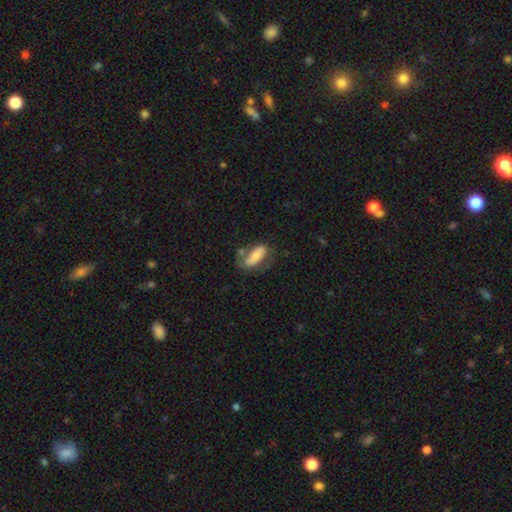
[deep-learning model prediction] smooth 68%, featured or disk 25%, star or artifact 7%. Down the decision tree: how rounded — in between (77%); merging — none (42%).